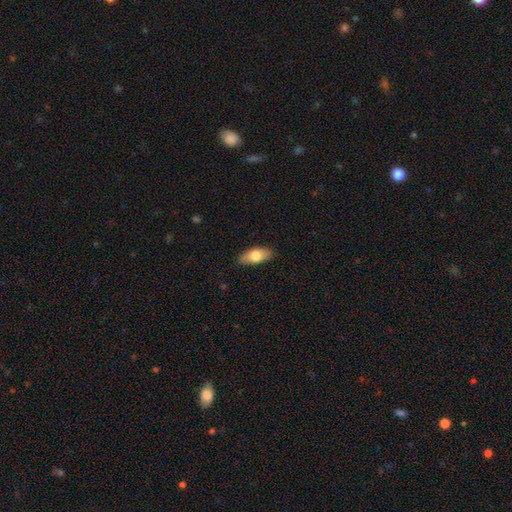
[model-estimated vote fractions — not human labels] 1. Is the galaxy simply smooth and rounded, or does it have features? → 72% smooth, 22% featured or disk, 6% star or artifact.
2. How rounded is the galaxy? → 83% in between, 14% cigar-shaped, 3% round.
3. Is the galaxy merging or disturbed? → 87% none, 10% minor disturbance, 2% major disturbance, 1% merger.